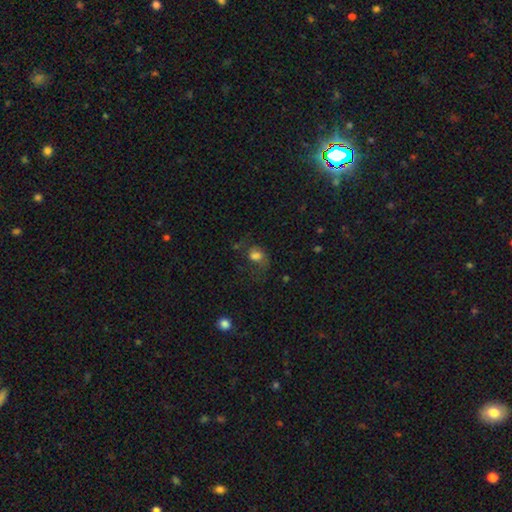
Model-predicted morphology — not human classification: Smooth or featured: smooth — 62% (featured or disk — 23%)
How rounded: in between — 58% (round — 40%)
Merging: none — 40% (major disturbance — 33%)